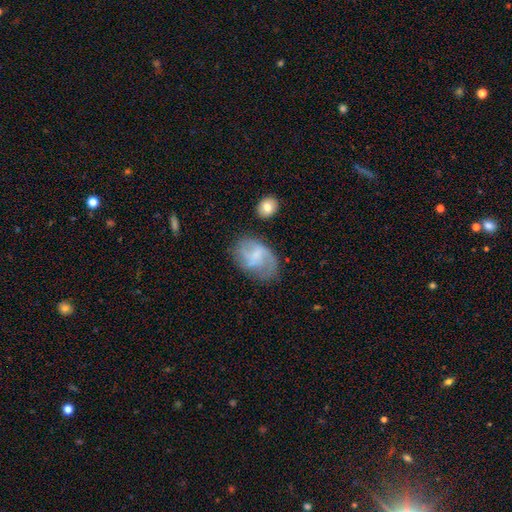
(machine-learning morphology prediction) featured or disk 49%, smooth 42%, star or artifact 8%. Down the decision tree: merging — none (51%).